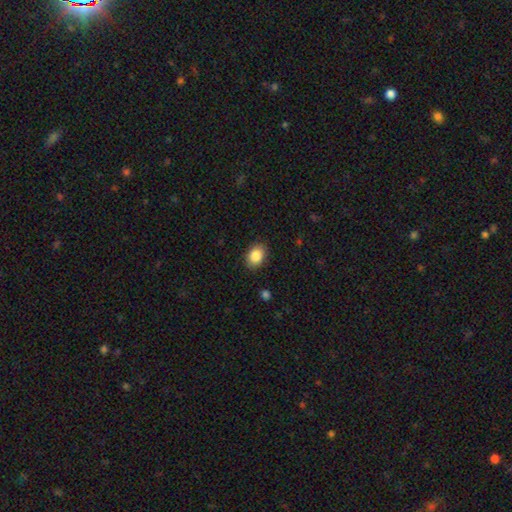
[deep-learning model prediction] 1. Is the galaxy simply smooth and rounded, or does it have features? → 86% smooth, 8% star or artifact, 5% featured or disk.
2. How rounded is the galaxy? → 66% in between, 33% round, 1% cigar-shaped.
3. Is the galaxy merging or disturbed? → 87% none, 9% minor disturbance, 2% major disturbance, 1% merger.